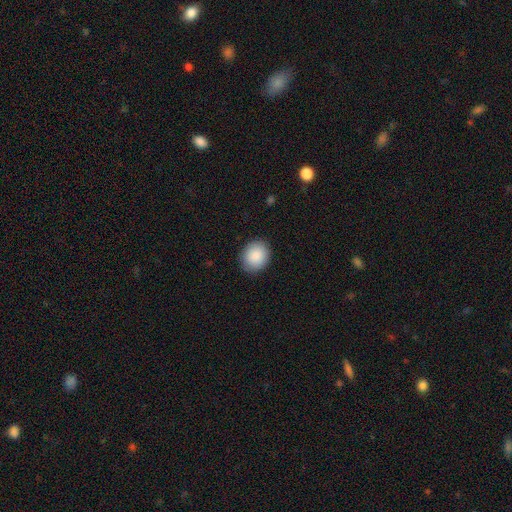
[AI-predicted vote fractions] Smooth or featured?
  - smooth: 89% *
  - star or artifact: 7%
  - featured or disk: 4%
How rounded?
  - round: 63% *
  - in between: 36%
  - cigar-shaped: 1%
Merging?
  - none: 89% *
  - minor disturbance: 8%
  - major disturbance: 2%
  - merger: 1%